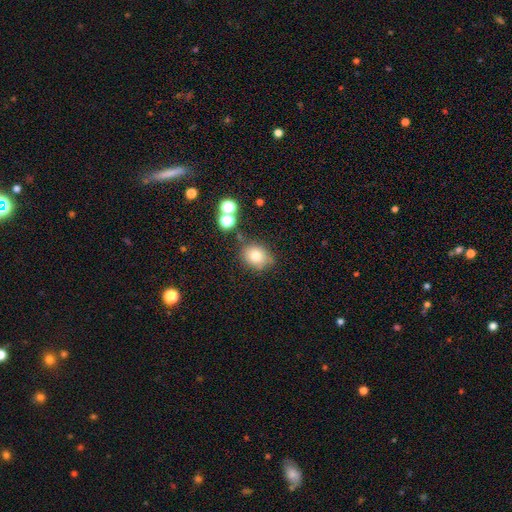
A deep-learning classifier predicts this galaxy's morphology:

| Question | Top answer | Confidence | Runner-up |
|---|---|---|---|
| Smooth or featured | smooth | 76% | star or artifact (13%) |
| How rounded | round | 66% | in between (33%) |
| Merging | none | 74% | minor disturbance (15%) |